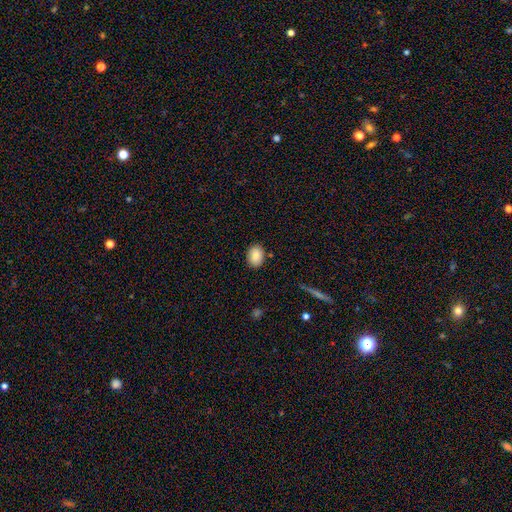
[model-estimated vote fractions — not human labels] A smooth galaxy with no disk features (87%) that is in between round and cigar-shaped (75%).

Vote fractions:
- Smooth or featured? smooth: 87% / star or artifact: 8% / featured or disk: 6%
- How rounded? in between: 75% / round: 24% / cigar-shaped: 1%
- Merging? none: 86% / minor disturbance: 10% / major disturbance: 2% / merger: 2%